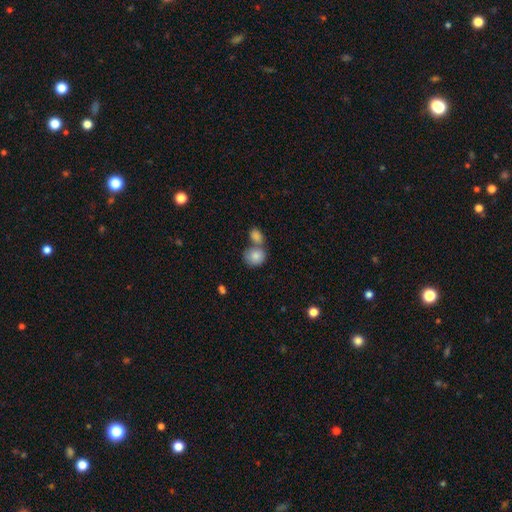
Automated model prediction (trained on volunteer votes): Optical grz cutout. It shows a smooth galaxy with no disk features (85%) that is round (63%). Merging: merger (52%).